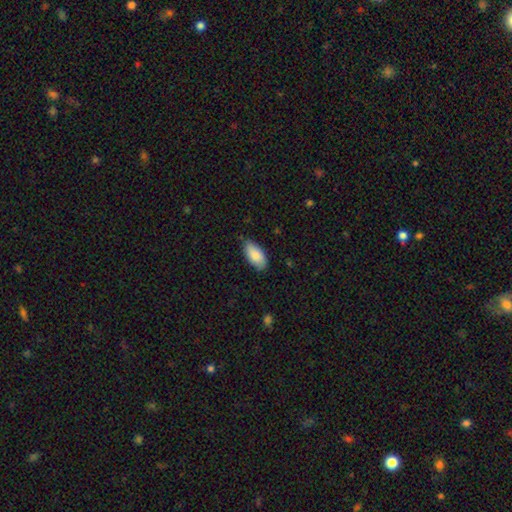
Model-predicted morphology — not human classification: This is clearly a smooth galaxy (87%). How rounded: clearly in between (93%). Merging: clearly none (81%).